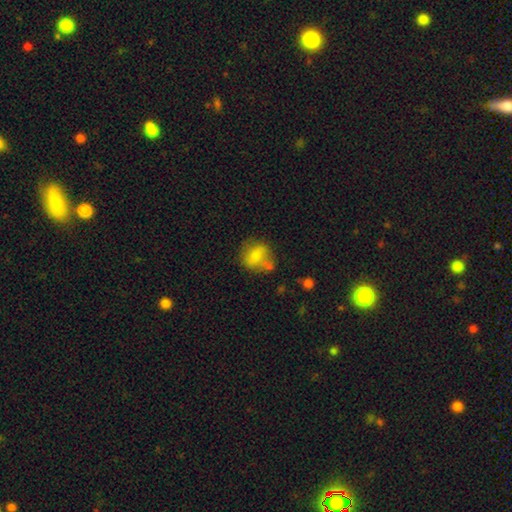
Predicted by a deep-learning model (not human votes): A smooth galaxy with no disk features (67%) that is round (71%).

Vote fractions:
- Smooth or featured? smooth: 67% / featured or disk: 23% / star or artifact: 9%
- How rounded? round: 71% / in between: 27% / cigar-shaped: 1%
- Merging? none: 54% / minor disturbance: 21% / merger: 17% / major disturbance: 8%